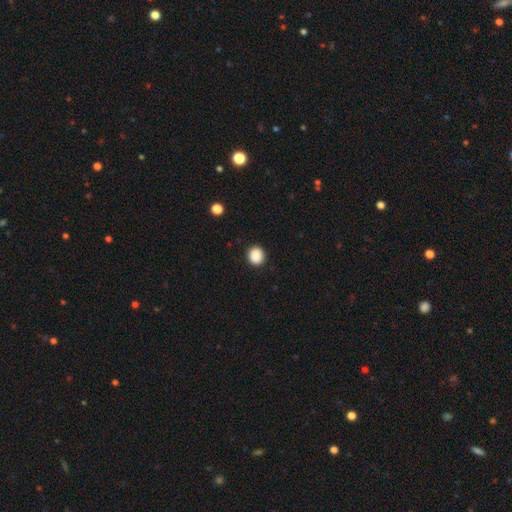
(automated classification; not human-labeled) Smooth or featured? smooth (89%)
How rounded? round (82%)
Merging? none (90%)